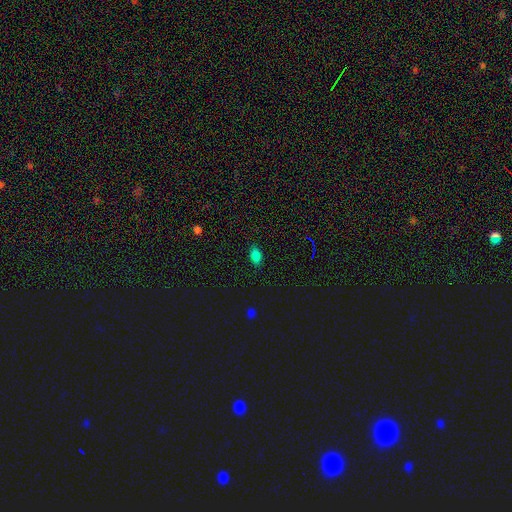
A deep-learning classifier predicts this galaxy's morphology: The model was most divided on "smooth or featured": smooth: 80%, star or artifact: 16%, featured or disk: 5%. More confident: how rounded — in between (88%); merging — none (84%).